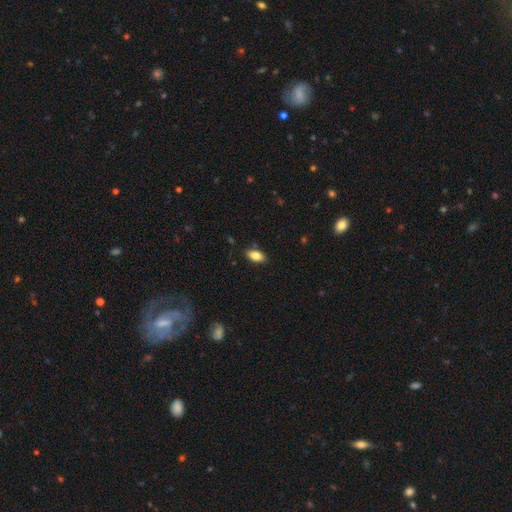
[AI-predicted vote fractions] Morphology: type=smooth (82%); roundness=in between (90%); merging=none (85%).